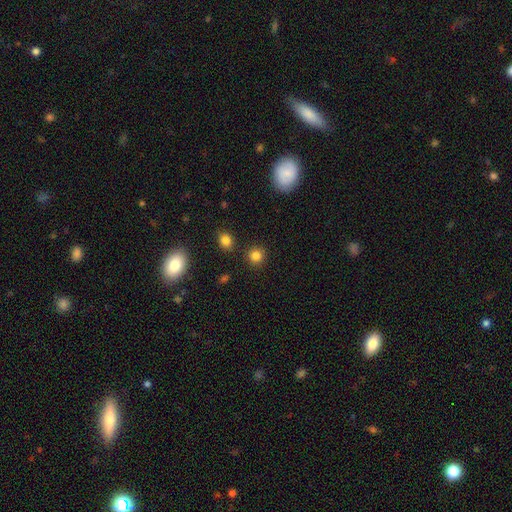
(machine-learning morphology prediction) Smooth or featured? smooth (82%)
How rounded? round (90%)
Merging? none (87%)